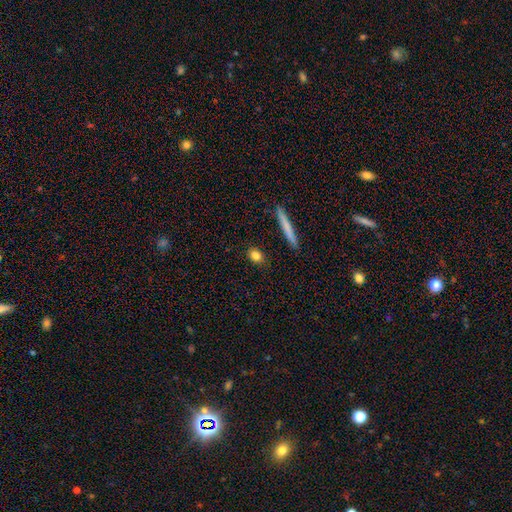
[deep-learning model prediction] smooth_or_featured: smooth (p=0.82) [alt: featured or disk p=0.09]
how_rounded: in between (p=0.51) [alt: round p=0.37]
merging: none (p=0.88) [alt: minor disturbance p=0.08]